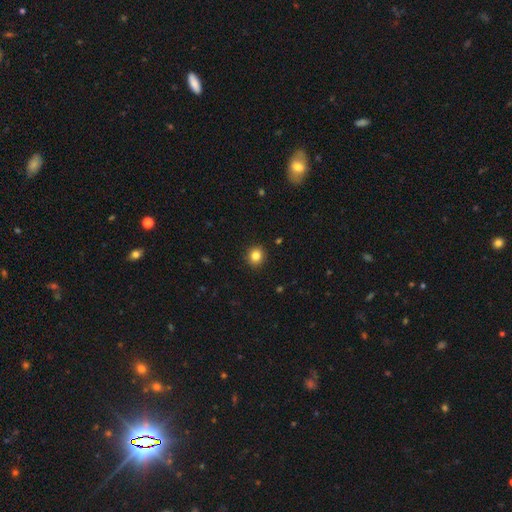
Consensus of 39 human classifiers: smooth 85%, featured or disk 8%, star or artifact 8%. Down the decision tree: how rounded — round (94%); merging — none (86%).